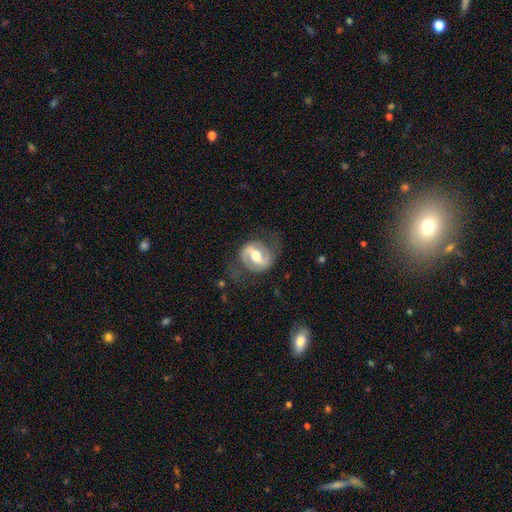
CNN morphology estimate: type=featured or disk (81%); edge-on=no (97%); bar=strong (51%); spiral arms=yes (90%); winding=medium (50%); arm count=2 (90%); bulge=moderate (69%); merging=none (69%).